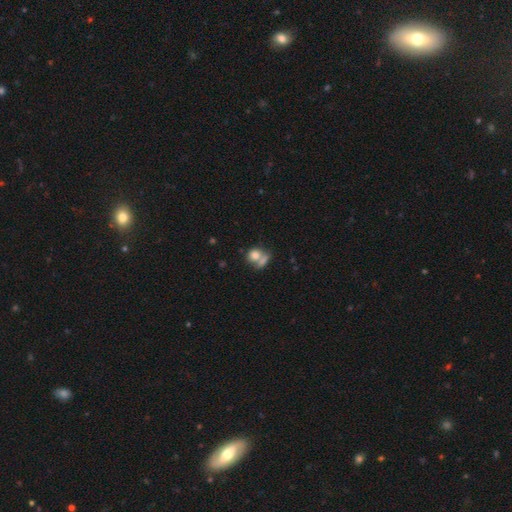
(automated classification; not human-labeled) A smooth galaxy with no disk features (77%) that is round (66%).

Vote fractions:
- Smooth or featured? smooth: 77% / featured or disk: 14% / star or artifact: 9%
- How rounded? round: 66% / in between: 32% / cigar-shaped: 2%
- Merging? merger: 48% / none: 35% / minor disturbance: 10% / major disturbance: 7%